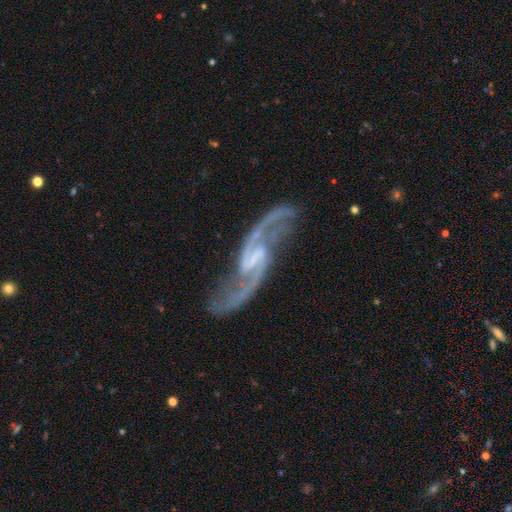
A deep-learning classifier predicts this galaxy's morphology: Smooth or featured: featured or disk — 93% (star or artifact — 5%)
Edge-on disk: no — 95% (yes — 5%)
Bar: weak — 52% (strong — 28%)
Spiral arms: yes — 98% (no — 2%)
Spiral winding: loose — 55% (medium — 37%)
Spiral arm count: 2 — 94% (can't tell — 2%)
Bulge size: small — 50% (none — 32%)
Merging: none — 78% (minor disturbance — 13%)